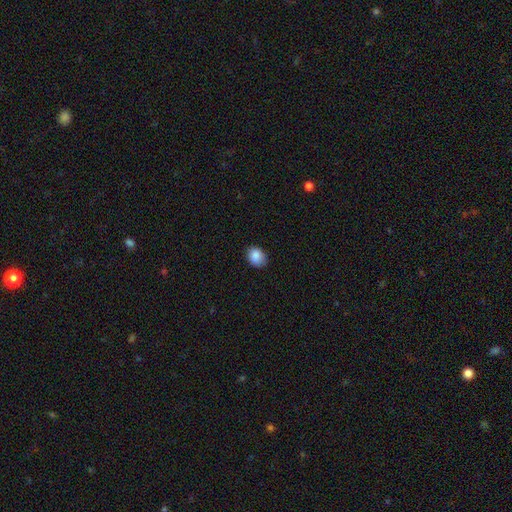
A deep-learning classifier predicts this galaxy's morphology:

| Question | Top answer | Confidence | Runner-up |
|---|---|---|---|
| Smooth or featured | smooth | 88% | star or artifact (8%) |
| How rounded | in between | 50% | round (49%) |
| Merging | none | 82% | minor disturbance (15%) |